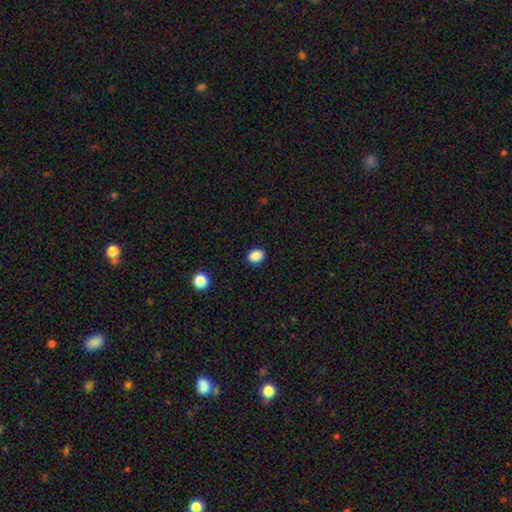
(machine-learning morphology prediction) smooth 88%, star or artifact 9%, featured or disk 2%. Down the decision tree: how rounded — in between (60%); merging — none (90%).